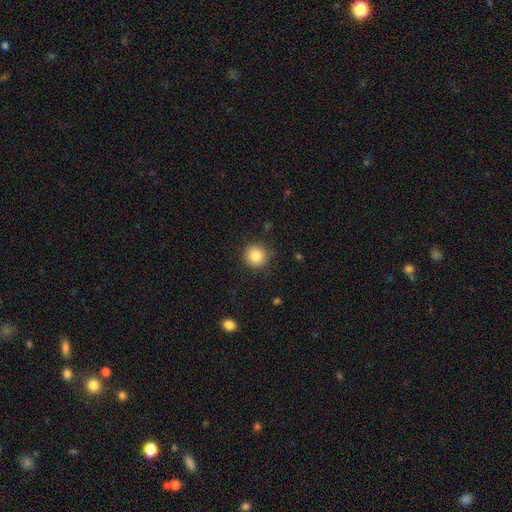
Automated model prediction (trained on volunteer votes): smooth_or_featured: smooth (p=0.84) [alt: star or artifact p=0.10]
how_rounded: round (p=0.93) [alt: in between p=0.06]
merging: none (p=0.88) [alt: minor disturbance p=0.09]